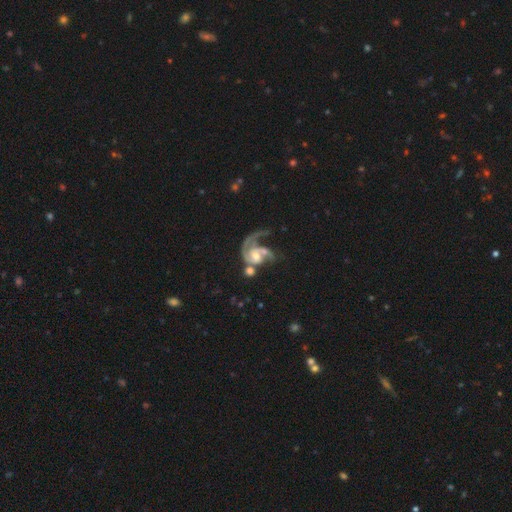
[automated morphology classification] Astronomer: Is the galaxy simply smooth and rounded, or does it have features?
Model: featured or disk — 84%.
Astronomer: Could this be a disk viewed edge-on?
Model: no — 98%.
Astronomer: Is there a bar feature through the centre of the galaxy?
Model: no — 61%.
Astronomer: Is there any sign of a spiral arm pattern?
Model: yes — 93%.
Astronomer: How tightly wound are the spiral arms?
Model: medium — 42% (runner-up: loose, 36%).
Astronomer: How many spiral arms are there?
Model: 1 — 44% (runner-up: 2, 41%).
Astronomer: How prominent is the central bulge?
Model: moderate — 50% (runner-up: small, 32%).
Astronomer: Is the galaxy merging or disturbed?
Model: merger — 41% (runner-up: major disturbance, 29%).